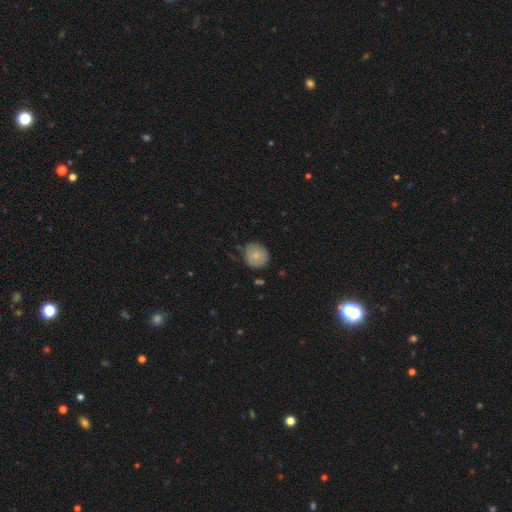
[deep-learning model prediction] This appears to be a smooth galaxy with no disk features (76%) that is round (88%). Merging: none (75%).